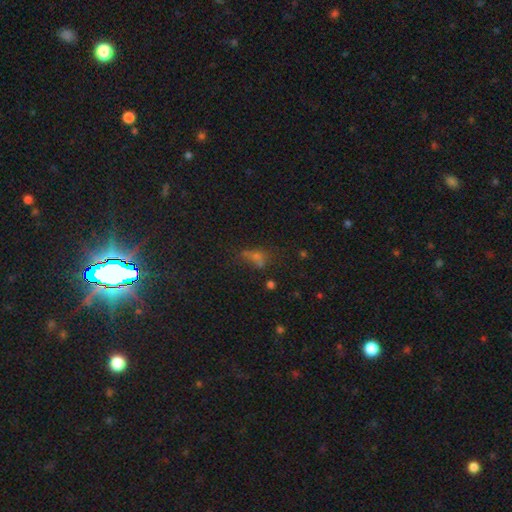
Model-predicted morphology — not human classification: A smooth galaxy with no disk features (43%).

Vote fractions:
- Smooth or featured? smooth: 43% / star or artifact: 40% / featured or disk: 17%
- Merging? none: 44% / merger: 24% / minor disturbance: 17% / major disturbance: 15%